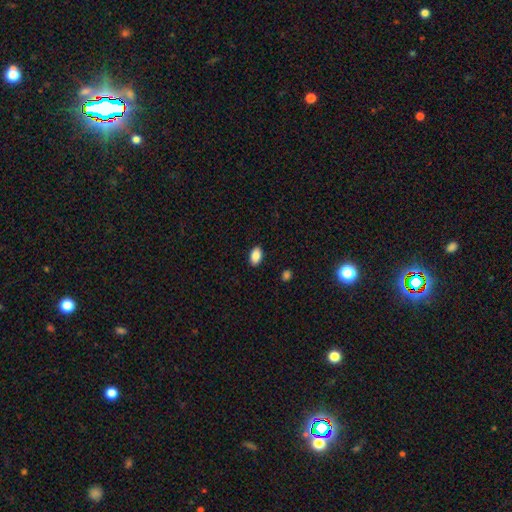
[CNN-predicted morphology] Smooth or featured? Predicted: smooth (p=0.88). How rounded? Predicted: in between (p=0.92). Merging? Predicted: none (p=0.89).